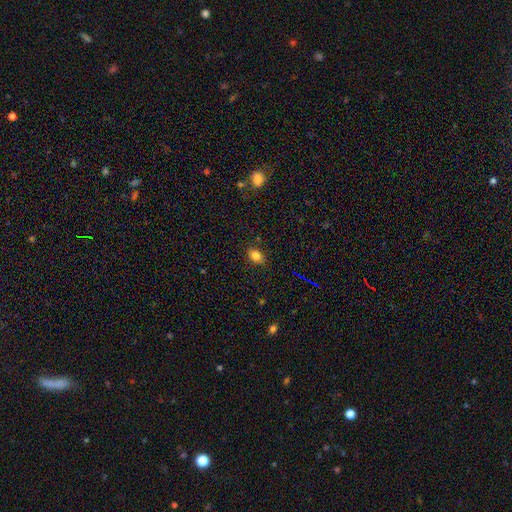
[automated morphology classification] Q: Smooth or featured?
A: smooth (82%); runner-up: star or artifact (11%)
Q: How rounded?
A: in between (79%); runner-up: round (19%)
Q: Merging?
A: none (85%); runner-up: minor disturbance (11%)